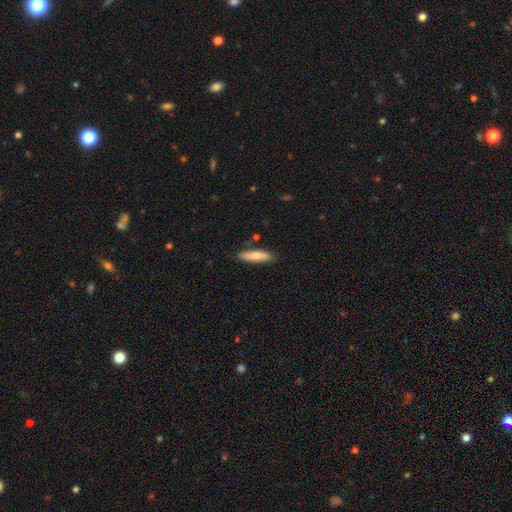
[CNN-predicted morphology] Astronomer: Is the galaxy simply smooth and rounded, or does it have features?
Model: smooth — 77%.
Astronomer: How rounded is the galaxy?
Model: cigar-shaped — 72%.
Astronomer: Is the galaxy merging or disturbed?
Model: none — 83%.